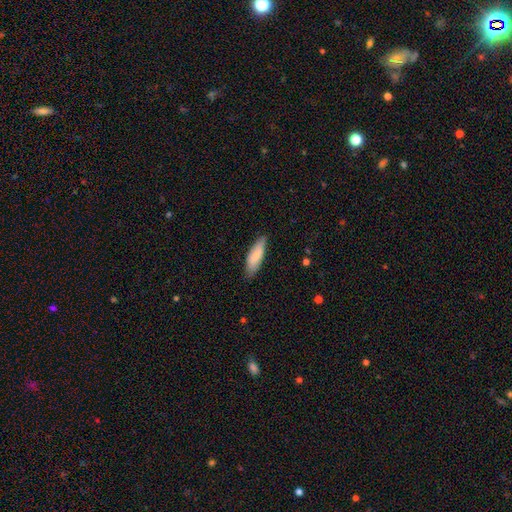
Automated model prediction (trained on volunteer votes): This is clearly a smooth galaxy (81%). How rounded: possibly in between (50%). Merging: likely none (77%).